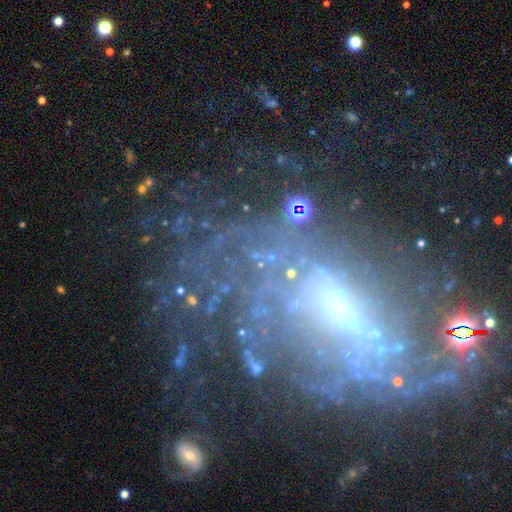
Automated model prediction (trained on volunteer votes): Morphology: type=featured or disk (72%); edge-on=no (93%); bar=no (40%); spiral arms=yes (62%); bulge=small (40%); merging=none (48%).